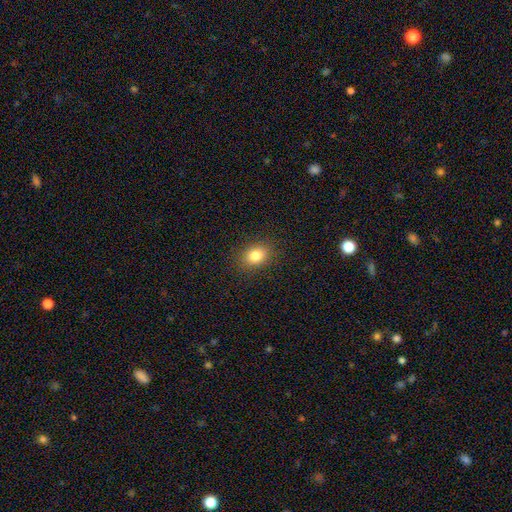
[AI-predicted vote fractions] Q: Smooth or featured?
A: smooth (82%); runner-up: star or artifact (11%)
Q: How rounded?
A: in between (58%); runner-up: round (40%)
Q: Merging?
A: none (88%); runner-up: minor disturbance (8%)